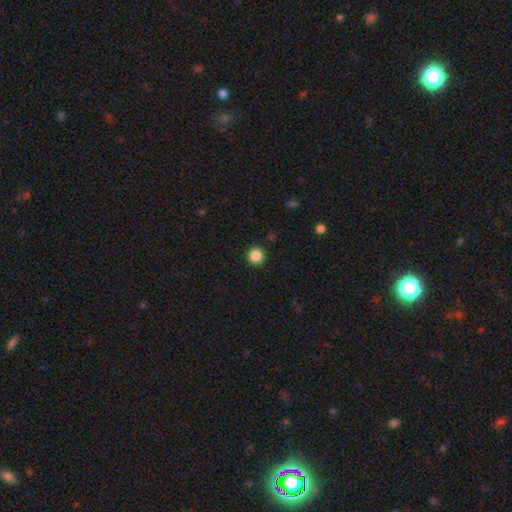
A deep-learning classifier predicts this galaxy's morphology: A smooth galaxy with no disk features (87%) that is round (96%).

Vote fractions:
- Smooth or featured? smooth: 87% / star or artifact: 10% / featured or disk: 3%
- How rounded? round: 96% / in between: 3% / cigar-shaped: 1%
- Merging? none: 93% / minor disturbance: 5% / major disturbance: 2% / merger: 1%